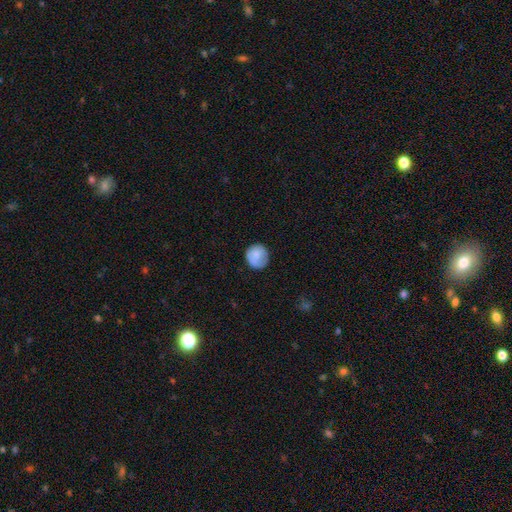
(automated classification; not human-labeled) Q: Smooth or featured?
A: smooth (83%); runner-up: featured or disk (10%)
Q: How rounded?
A: round (90%); runner-up: in between (9%)
Q: Merging?
A: none (77%); runner-up: minor disturbance (17%)